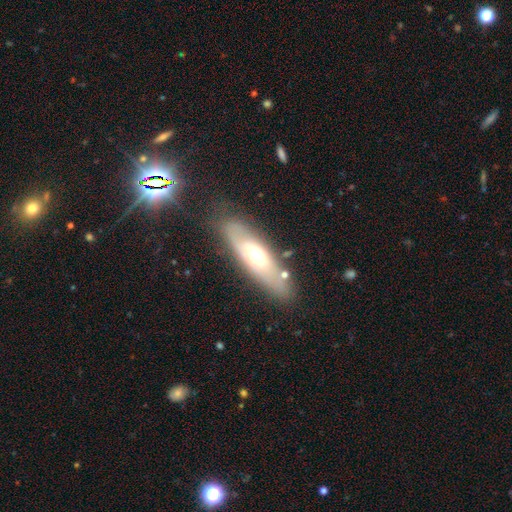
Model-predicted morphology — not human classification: Overall: smooth (48%; featured or disk 45%). Merging: none (76%).